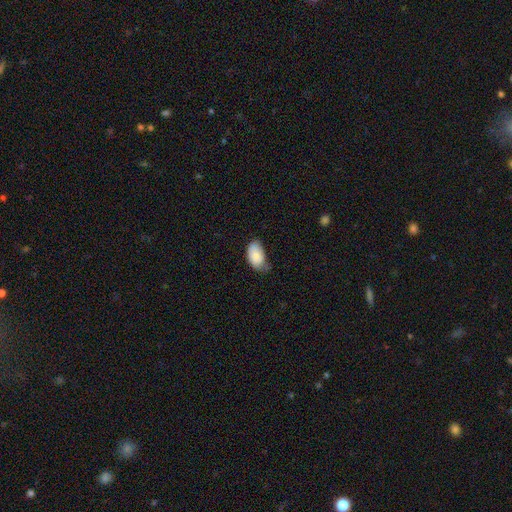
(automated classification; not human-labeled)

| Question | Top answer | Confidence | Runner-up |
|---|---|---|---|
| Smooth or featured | smooth | 80% | featured or disk (13%) |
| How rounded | in between | 93% | round (6%) |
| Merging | minor disturbance | 44% | none (43%) |